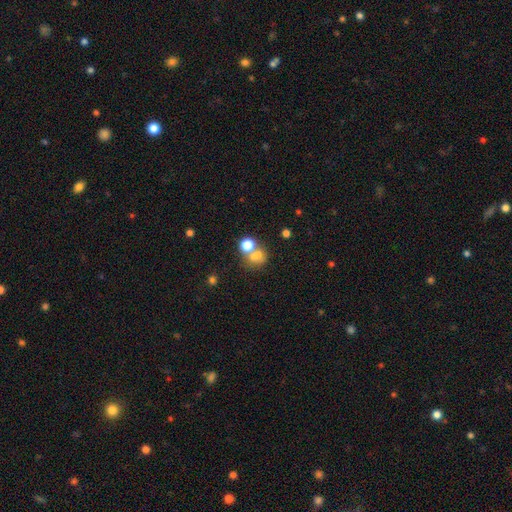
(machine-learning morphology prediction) Q: Smooth or featured?
A: smooth (67%); runner-up: star or artifact (19%)
Q: How rounded?
A: round (62%); runner-up: in between (37%)
Q: Merging?
A: merger (48%); runner-up: none (35%)